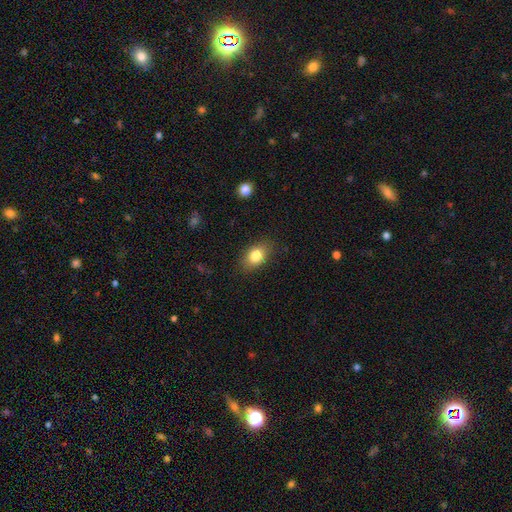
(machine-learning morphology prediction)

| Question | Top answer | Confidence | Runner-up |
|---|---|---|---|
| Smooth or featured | smooth | 82% | featured or disk (10%) |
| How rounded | in between | 80% | round (18%) |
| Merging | none | 83% | minor disturbance (12%) |